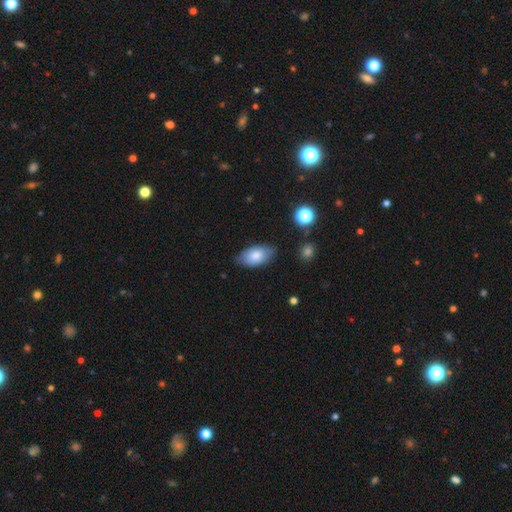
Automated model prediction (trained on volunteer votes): smooth-or-featured: smooth: 80% | featured or disk: 13% | star or artifact: 7%
  how-rounded: in between: 93% | round: 4% | cigar-shaped: 3%
  merging: none: 79% | minor disturbance: 16% | major disturbance: 3% | merger: 2%